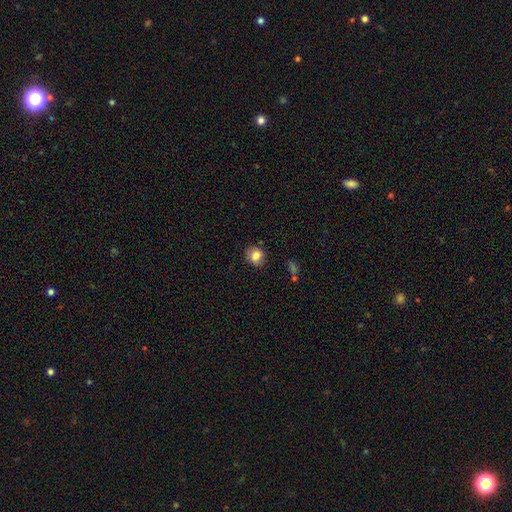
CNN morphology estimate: smooth 84%, star or artifact 10%, featured or disk 6%. Down the decision tree: how rounded — round (77%); merging — none (82%).